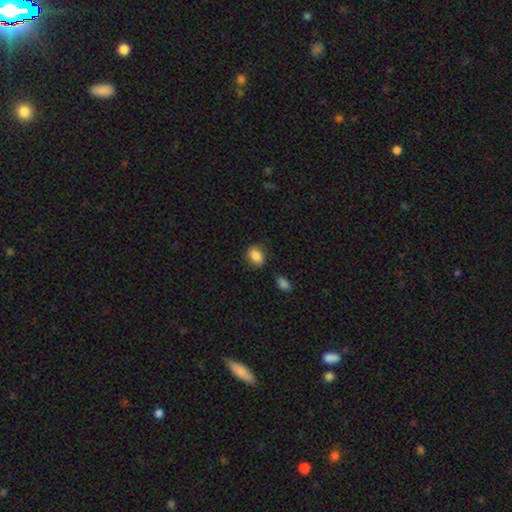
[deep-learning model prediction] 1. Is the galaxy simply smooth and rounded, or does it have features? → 87% smooth, 8% star or artifact, 4% featured or disk.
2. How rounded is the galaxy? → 62% in between, 37% round, 1% cigar-shaped.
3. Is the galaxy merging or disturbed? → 76% none, 16% minor disturbance, 4% major disturbance, 3% merger.